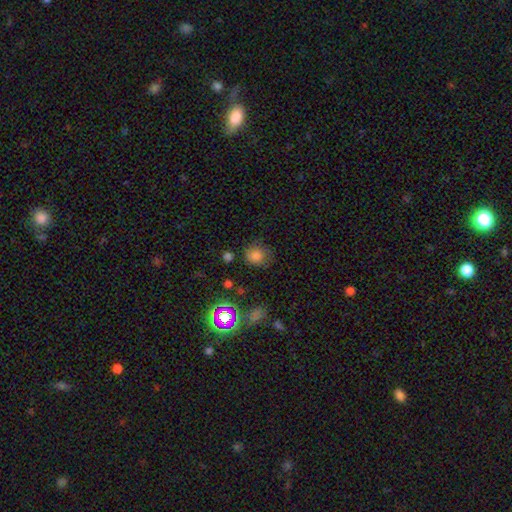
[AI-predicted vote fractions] Q: Smooth or featured?
A: smooth (76%); runner-up: star or artifact (17%)
Q: How rounded?
A: round (78%); runner-up: in between (21%)
Q: Merging?
A: none (72%); runner-up: minor disturbance (18%)